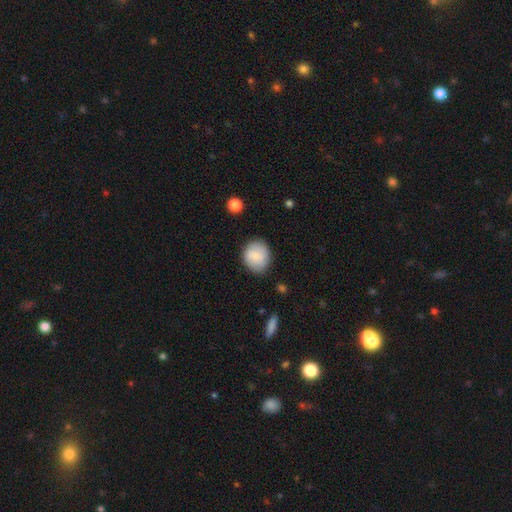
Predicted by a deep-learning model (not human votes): A smooth galaxy with no disk features (82%) that is round (72%). Merging: none (82%).